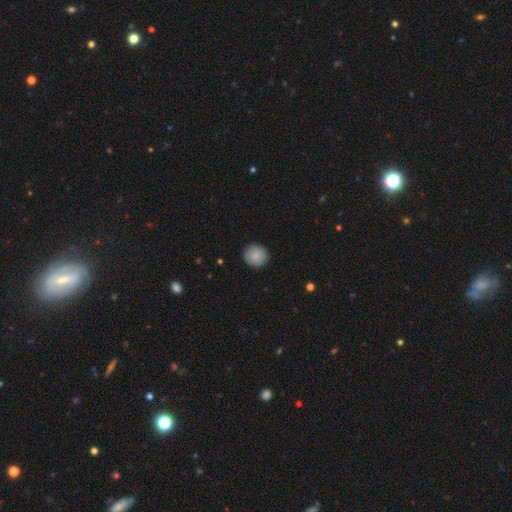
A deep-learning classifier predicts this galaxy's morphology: The model was most divided on "smooth or featured": smooth: 86%, star or artifact: 7%, featured or disk: 7%. More confident: how rounded — round (93%); merging — none (91%).